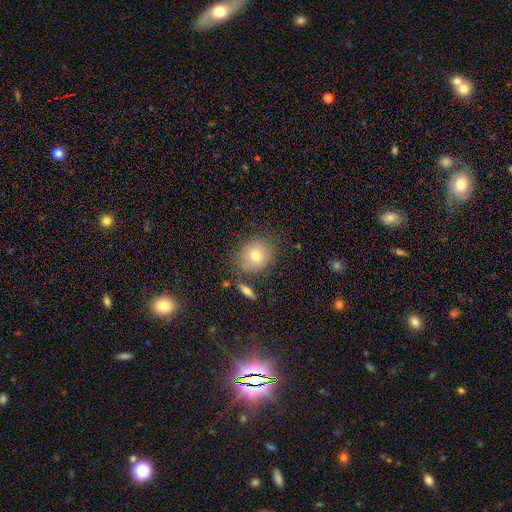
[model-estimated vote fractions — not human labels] A smooth galaxy with no disk features (74%) that is round (67%).

Vote fractions:
- Smooth or featured? smooth: 74% / featured or disk: 16% / star or artifact: 11%
- How rounded? round: 67% / in between: 31% / cigar-shaped: 1%
- Merging? none: 75% / minor disturbance: 14% / merger: 6% / major disturbance: 4%